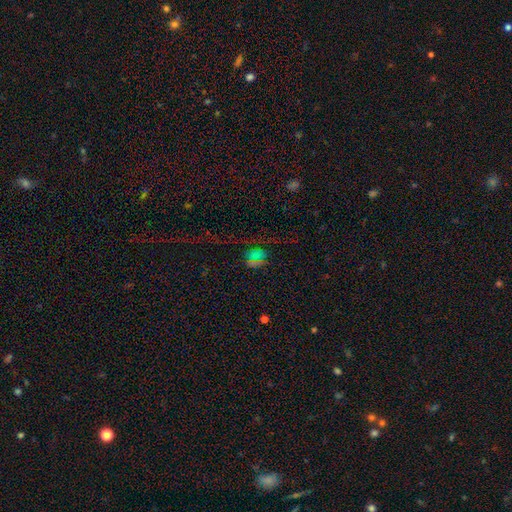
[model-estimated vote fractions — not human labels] smooth_or_featured: star or artifact (p=0.51) [alt: smooth p=0.38]